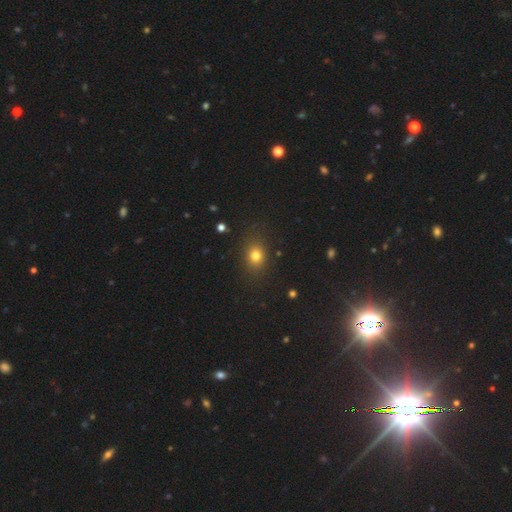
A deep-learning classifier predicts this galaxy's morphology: smooth-or-featured: smooth: 77% | star or artifact: 15% | featured or disk: 8%
  how-rounded: round: 50% | in between: 48% | cigar-shaped: 2%
  merging: none: 83% | minor disturbance: 11% | major disturbance: 4% | merger: 2%